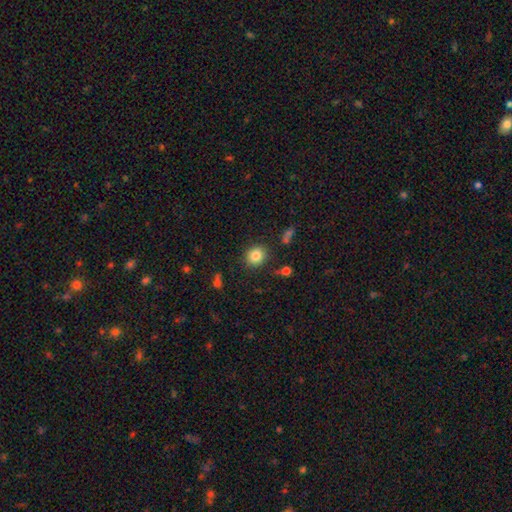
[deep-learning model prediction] Smooth or featured?
  - smooth: 82% *
  - star or artifact: 11%
  - featured or disk: 7%
How rounded?
  - round: 78% *
  - in between: 21%
  - cigar-shaped: 1%
Merging?
  - none: 87% *
  - minor disturbance: 8%
  - major disturbance: 3%
  - merger: 2%